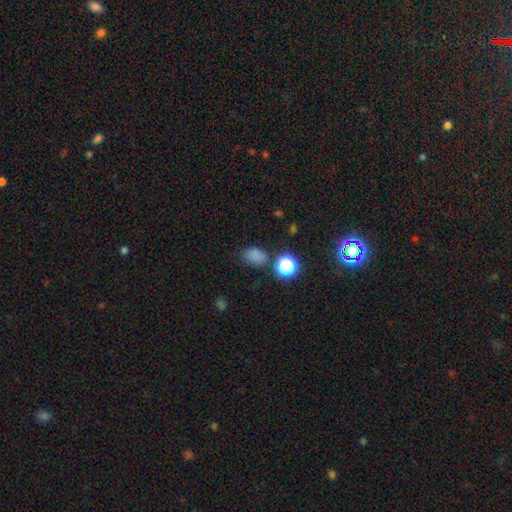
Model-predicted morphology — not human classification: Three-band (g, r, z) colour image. It shows a smooth galaxy with no disk features (75%) that is in between round and cigar-shaped (68%). Merging: none (71%).